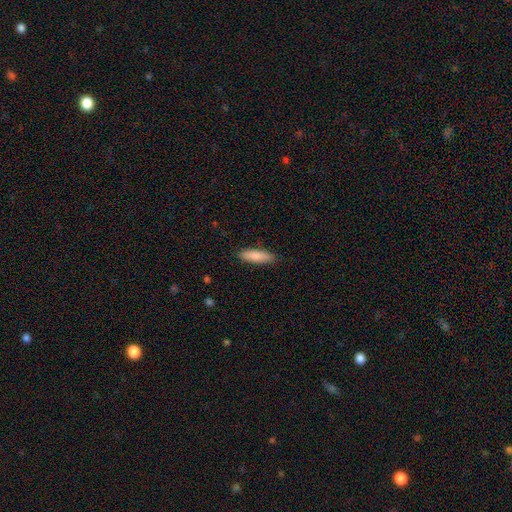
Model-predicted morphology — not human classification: type=smooth (85%); roundness=cigar-shaped (57%); merging=none (88%).